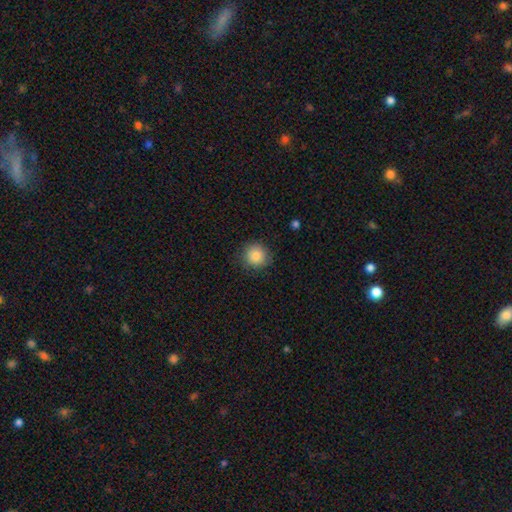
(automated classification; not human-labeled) Q: Smooth or featured?
A: smooth (85%); runner-up: star or artifact (9%)
Q: How rounded?
A: round (92%); runner-up: in between (7%)
Q: Merging?
A: none (87%); runner-up: minor disturbance (10%)